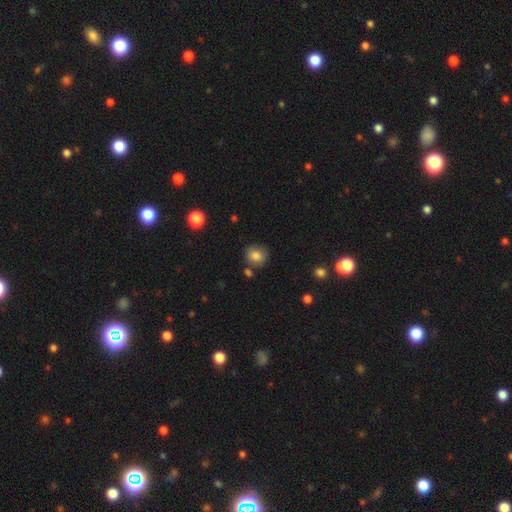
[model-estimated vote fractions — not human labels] Smooth or featured: smooth — 83% (star or artifact — 10%)
How rounded: round — 79% (in between — 20%)
Merging: none — 77% (minor disturbance — 14%)